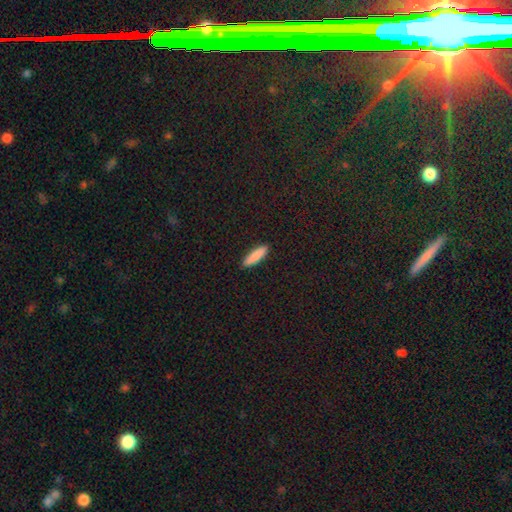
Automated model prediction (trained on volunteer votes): This appears to be a smooth galaxy with no disk features (88%) that is cigar-shaped (74%). Merging: none (91%).